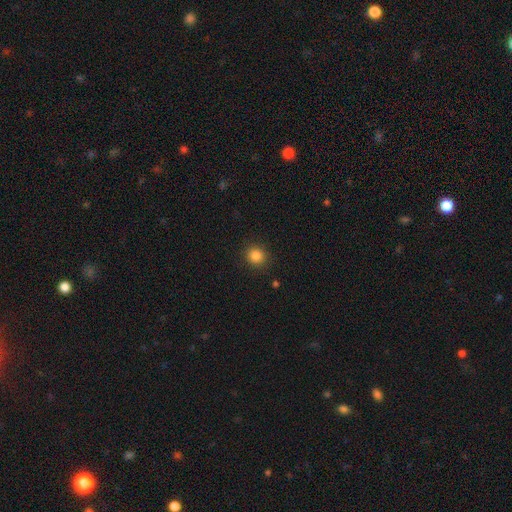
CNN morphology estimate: smooth_or_featured: smooth (p=0.84) [alt: star or artifact p=0.12]
how_rounded: round (p=0.89) [alt: in between p=0.10]
merging: none (p=0.90) [alt: minor disturbance p=0.07]